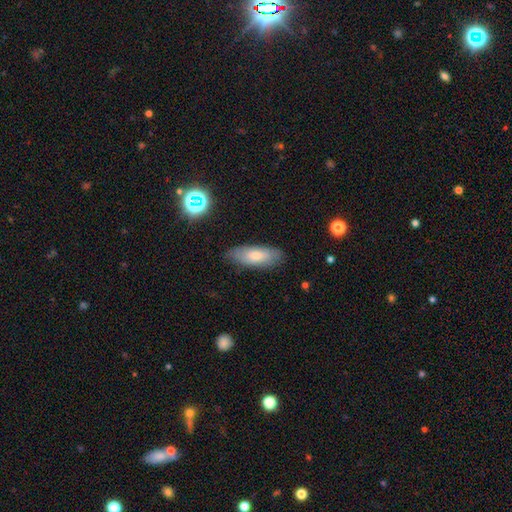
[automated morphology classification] The model was most divided on "smooth or featured": smooth: 71%, featured or disk: 22%, star or artifact: 7%. More confident: merging — none (80%); how rounded — in between (74%).